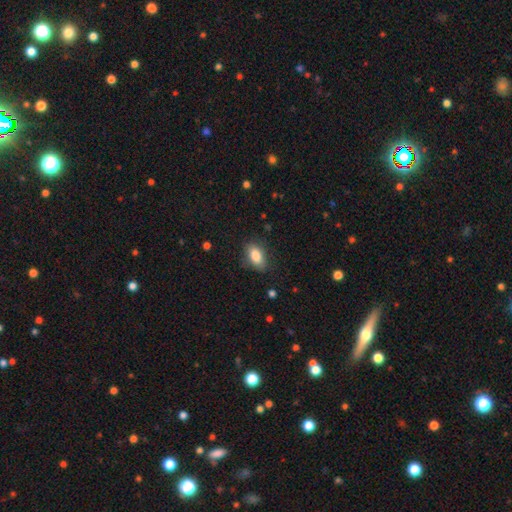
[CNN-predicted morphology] smooth_or_featured: smooth (p=0.84) [alt: featured or disk p=0.09]
how_rounded: in between (p=0.89) [alt: round p=0.07]
merging: none (p=0.81) [alt: minor disturbance p=0.15]